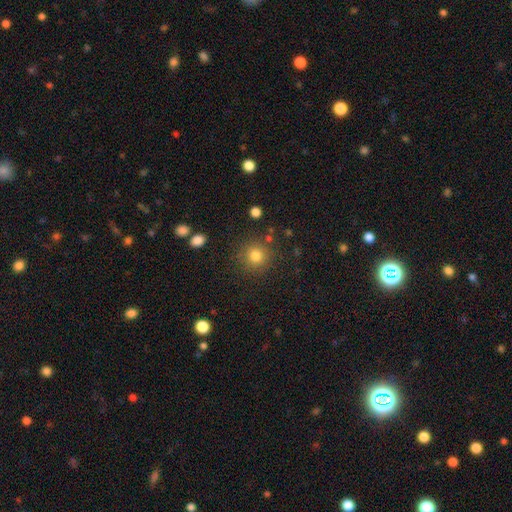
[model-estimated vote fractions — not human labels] A smooth galaxy with no disk features (80%) that is round (92%). Merging: none (86%).